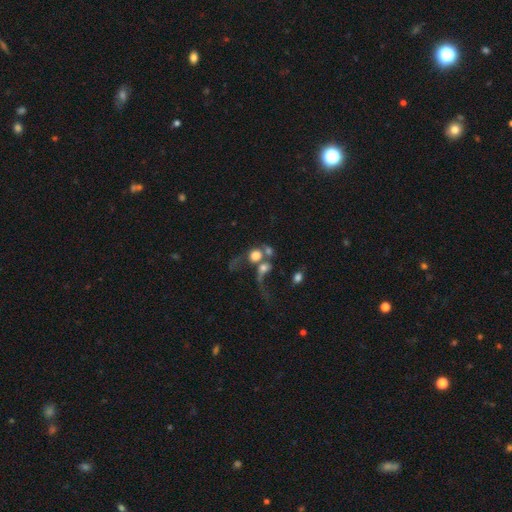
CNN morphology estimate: Smooth or featured: smooth — 58% (featured or disk — 28%)
How rounded: round — 72% (in between — 26%)
Merging: merger — 57% (major disturbance — 20%)